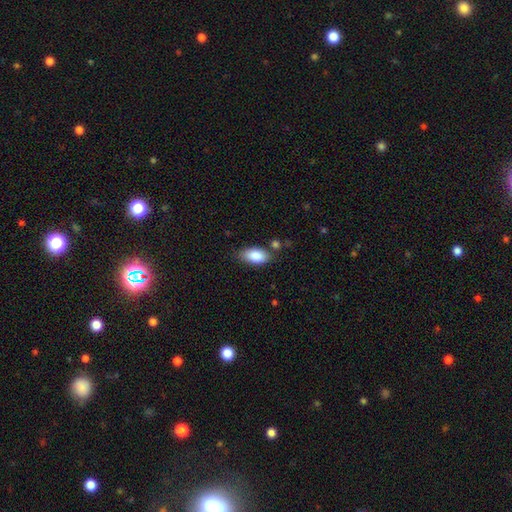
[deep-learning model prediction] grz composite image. It shows a smooth galaxy with no disk features (85%) that is in between round and cigar-shaped (91%). Merging: none (73%).